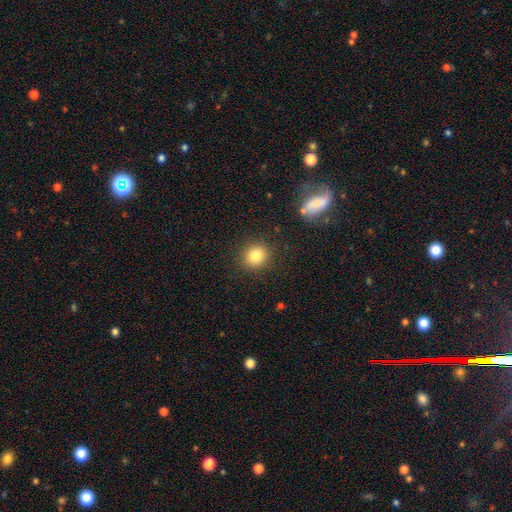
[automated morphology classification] Smooth or featured? Predicted: smooth (p=0.82). How rounded? Predicted: round (p=0.85). Merging? Predicted: none (p=0.90).